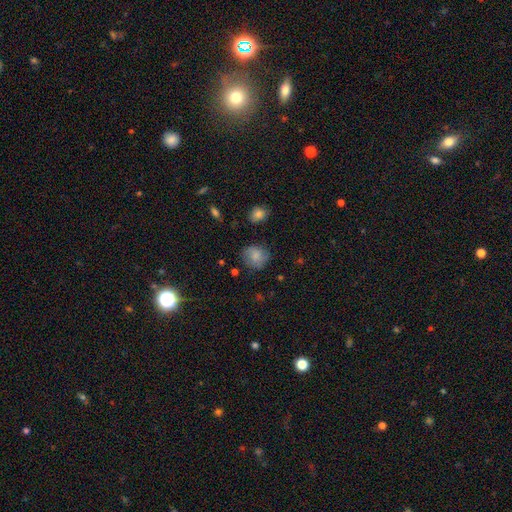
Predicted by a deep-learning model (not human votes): Morphology: type=smooth (79%); roundness=round (76%); merging=none (72%).